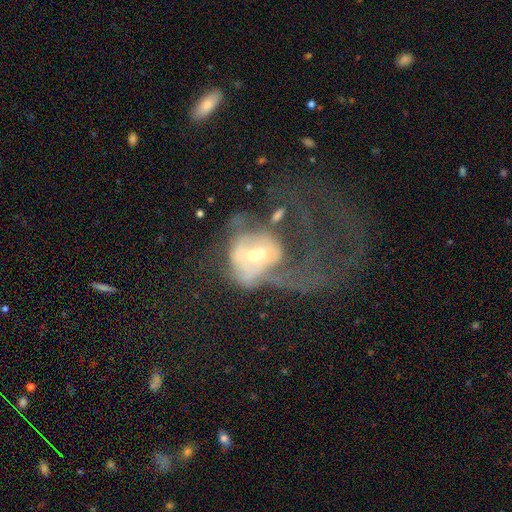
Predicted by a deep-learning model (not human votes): The model was most divided on "bulge size": moderate: 48%, small: 43%, large: 5%, none: 3%, dominant: 2%. Remaining: edge-on disk — no (96%); bar — no (74%); smooth or featured — featured or disk (65%); spiral arms — no (55%); merging — merger (48%).